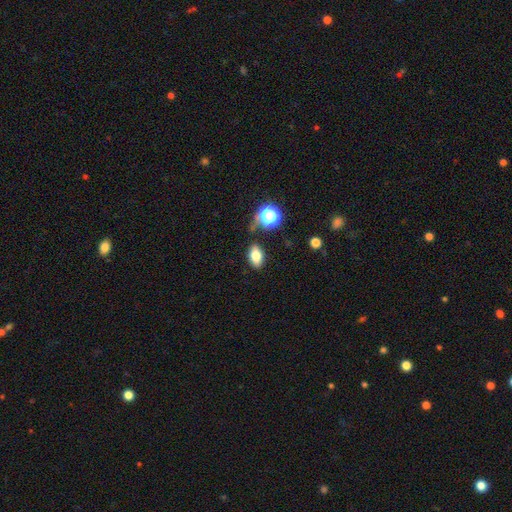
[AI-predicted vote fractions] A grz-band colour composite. It shows a smooth galaxy with no disk features (75%) that is in between round and cigar-shaped (87%). Merging: none (76%).